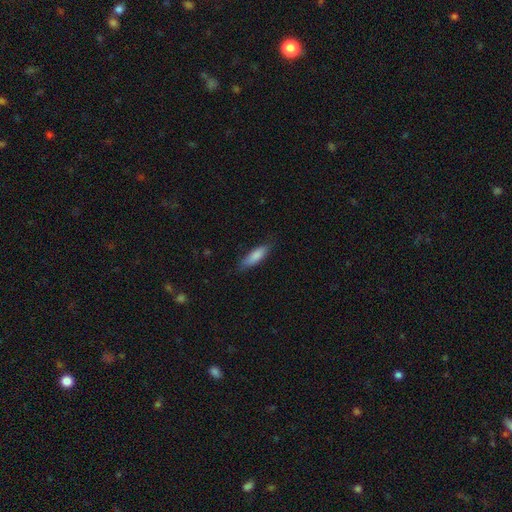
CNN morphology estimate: The model was most divided on "how rounded": cigar-shaped: 52%, in between: 46%, round: 2%. More confident: smooth or featured — smooth (84%); merging — none (80%).